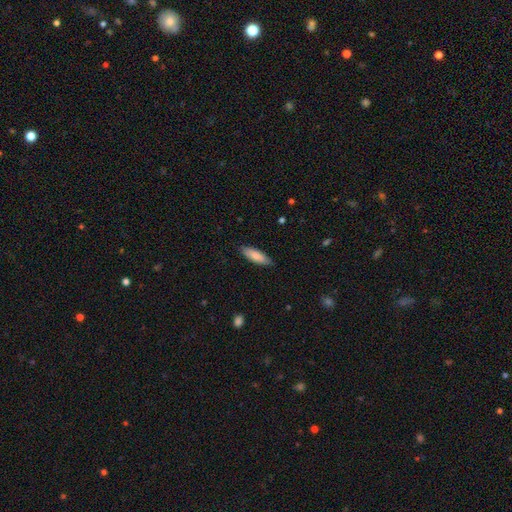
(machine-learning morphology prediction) smooth_or_featured: smooth (p=0.84) [alt: featured or disk p=0.10]
how_rounded: in between (p=0.56) [alt: cigar-shaped p=0.43]
merging: none (p=0.85) [alt: minor disturbance p=0.12]